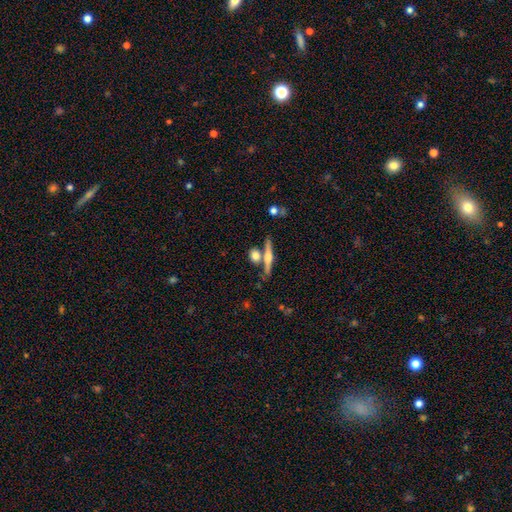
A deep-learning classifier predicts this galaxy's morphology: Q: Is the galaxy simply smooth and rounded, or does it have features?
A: smooth — 55%.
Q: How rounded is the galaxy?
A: round — 37%.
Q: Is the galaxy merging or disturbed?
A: none — 66%.